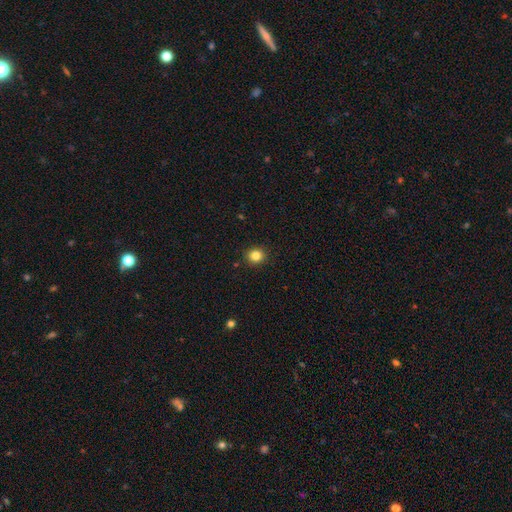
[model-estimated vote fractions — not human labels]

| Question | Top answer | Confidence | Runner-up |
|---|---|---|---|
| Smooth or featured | smooth | 83% | star or artifact (11%) |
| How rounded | round | 85% | in between (14%) |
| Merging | none | 91% | minor disturbance (6%) |